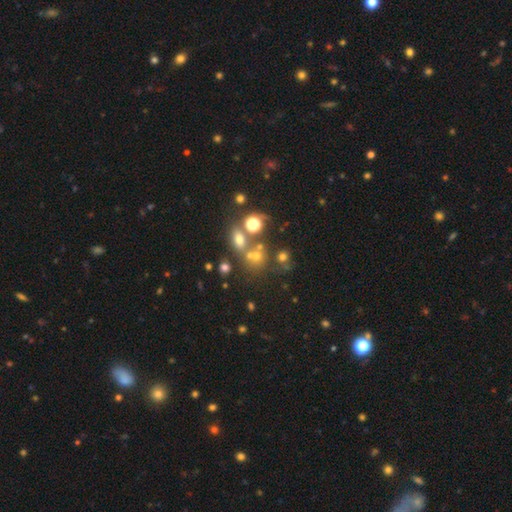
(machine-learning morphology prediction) Smooth or featured: smooth — 56% (star or artifact — 29%)
How rounded: round — 72% (in between — 26%)
Merging: none — 52% (merger — 30%)